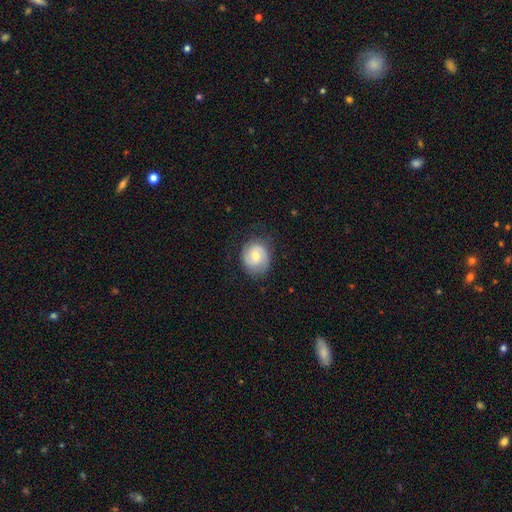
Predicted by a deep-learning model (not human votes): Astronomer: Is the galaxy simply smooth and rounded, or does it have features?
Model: featured or disk — 53% (runner-up: smooth, 41%).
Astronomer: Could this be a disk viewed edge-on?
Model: no — 98%.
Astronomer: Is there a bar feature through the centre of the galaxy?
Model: no — 52% (runner-up: weak, 41%).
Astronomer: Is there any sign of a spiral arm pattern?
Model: yes — 86%.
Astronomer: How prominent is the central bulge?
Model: moderate — 55% (runner-up: small, 39%).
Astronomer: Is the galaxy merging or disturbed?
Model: none — 77%.